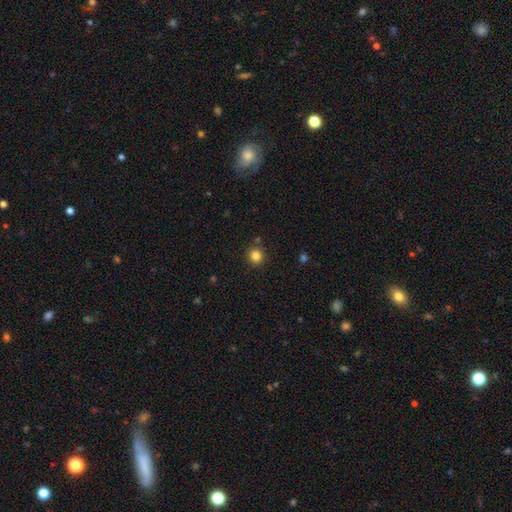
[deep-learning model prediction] Smooth or featured? smooth (83%)
How rounded? round (94%)
Merging? none (89%)